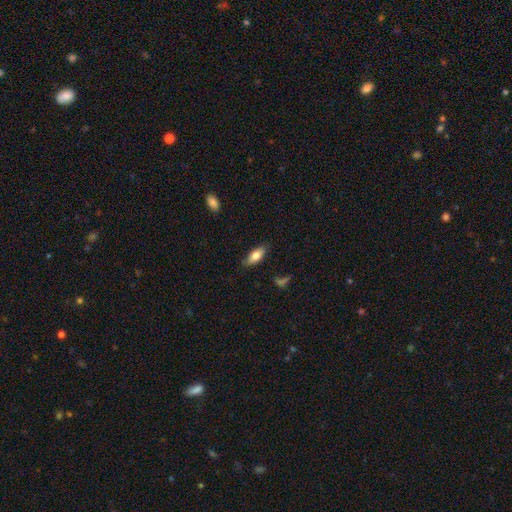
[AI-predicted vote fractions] Smooth or featured: smooth — 76% (featured or disk — 17%)
How rounded: in between — 77% (cigar-shaped — 20%)
Merging: none — 79% (minor disturbance — 16%)